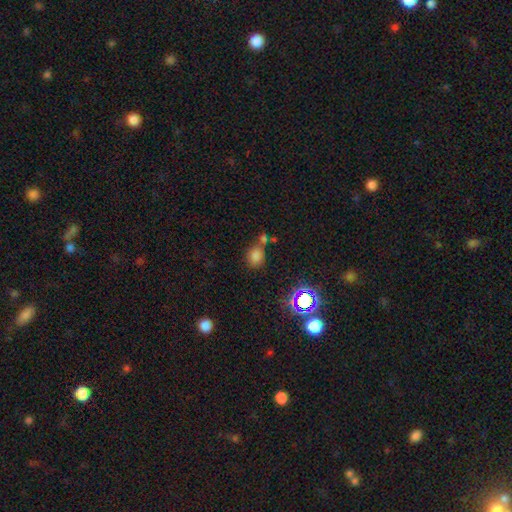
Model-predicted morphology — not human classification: Overall: smooth (74%). How rounded: round (55%; in between 43%). Merging: none (57%; merger 23%).